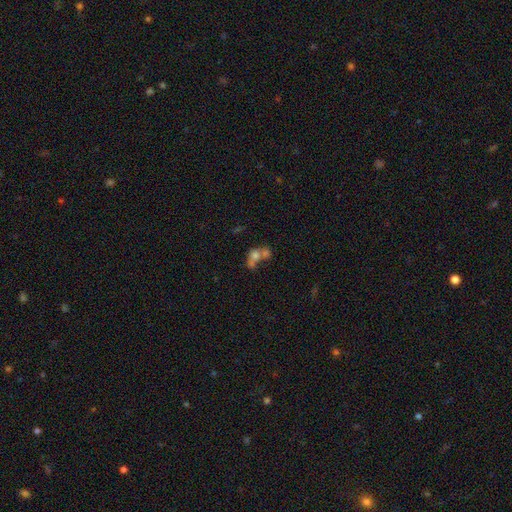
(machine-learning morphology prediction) smooth_or_featured: smooth (p=0.57) [alt: featured or disk p=0.26]
how_rounded: round (p=0.51) [alt: in between p=0.46]
merging: merger (p=0.62) [alt: none p=0.23]